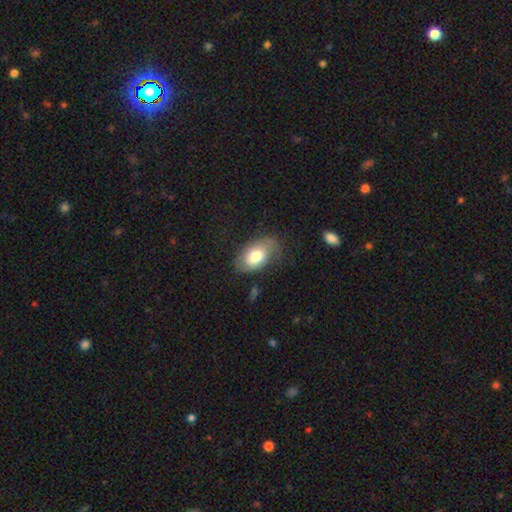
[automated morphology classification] Smooth or featured? Predicted: smooth (p=0.67). How rounded? Predicted: in between (p=0.90). Merging? Predicted: none (p=0.64).